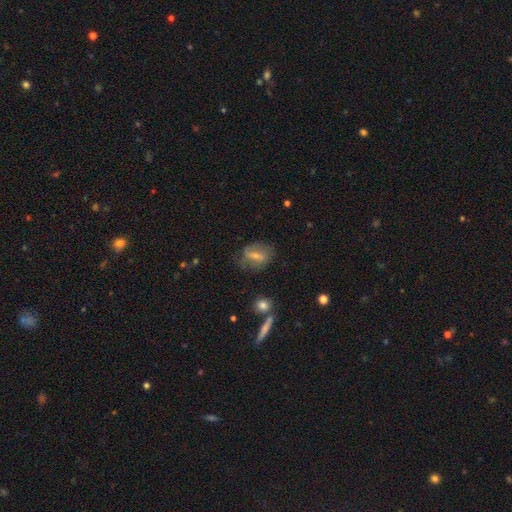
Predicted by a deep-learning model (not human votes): Smooth or featured?
  - featured or disk: 49% *
  - smooth: 43%
  - star or artifact: 9%
Merging?
  - none: 62% *
  - minor disturbance: 23%
  - major disturbance: 12%
  - merger: 2%